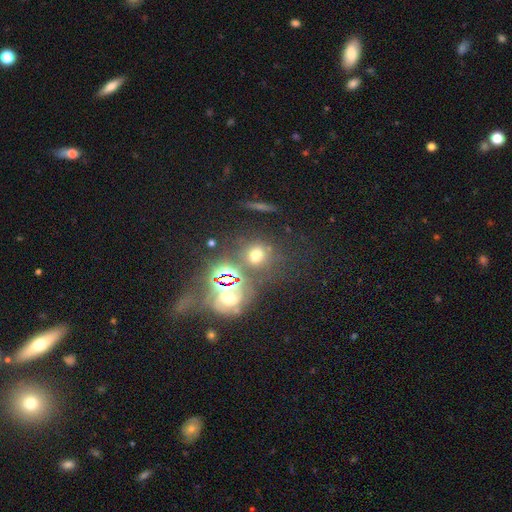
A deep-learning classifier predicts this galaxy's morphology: smooth 57%, star or artifact 32%, featured or disk 11%. Down the decision tree: how rounded — round (70%); merging — none (64%).